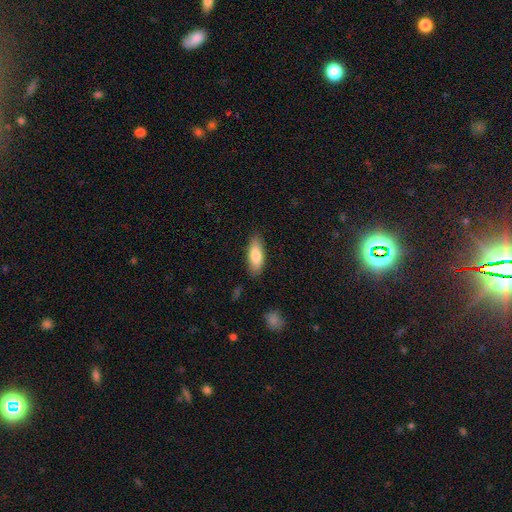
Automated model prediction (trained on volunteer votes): This is clearly a smooth galaxy (80%). How rounded: likely in between (71%). Merging: clearly none (85%).